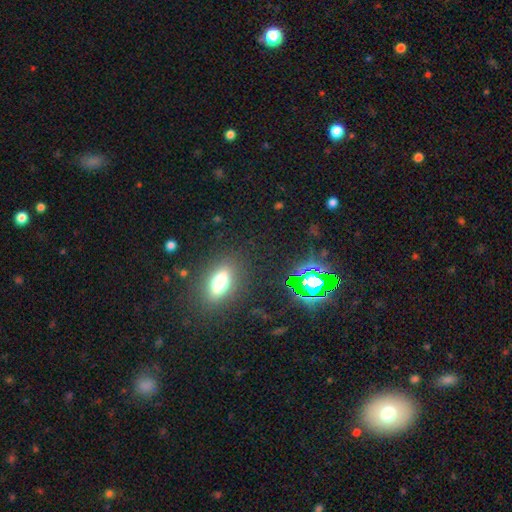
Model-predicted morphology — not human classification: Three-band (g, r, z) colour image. It shows a smooth galaxy with no disk features (53%) that is in between round and cigar-shaped (73%). Merging: none (87%).